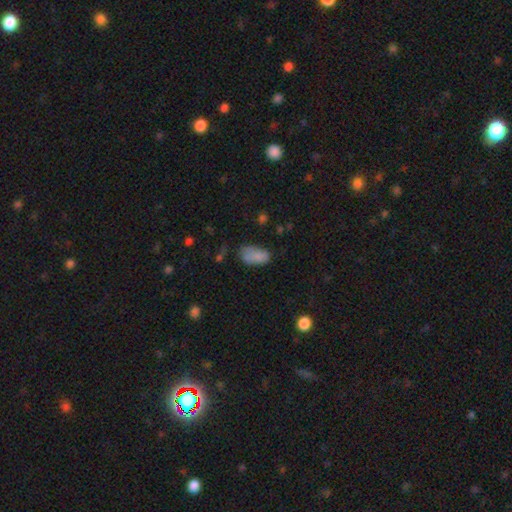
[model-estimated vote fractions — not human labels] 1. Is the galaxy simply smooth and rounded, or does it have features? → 76% smooth, 14% featured or disk, 10% star or artifact.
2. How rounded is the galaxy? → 92% in between, 5% round, 3% cigar-shaped.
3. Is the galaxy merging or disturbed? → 42% none, 31% minor disturbance, 17% major disturbance, 10% merger.